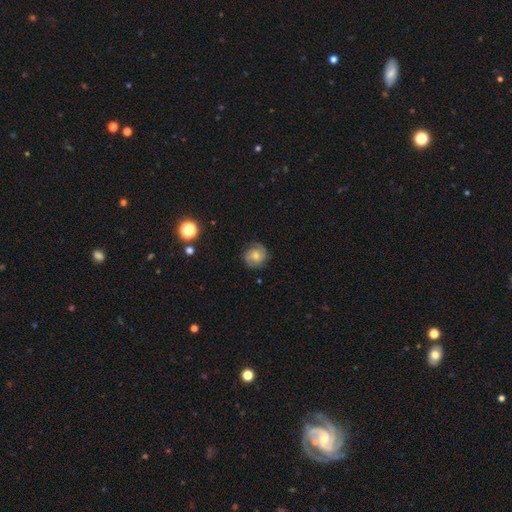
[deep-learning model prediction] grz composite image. It shows a featured or disk galaxy (50%). Merging: none (79%).